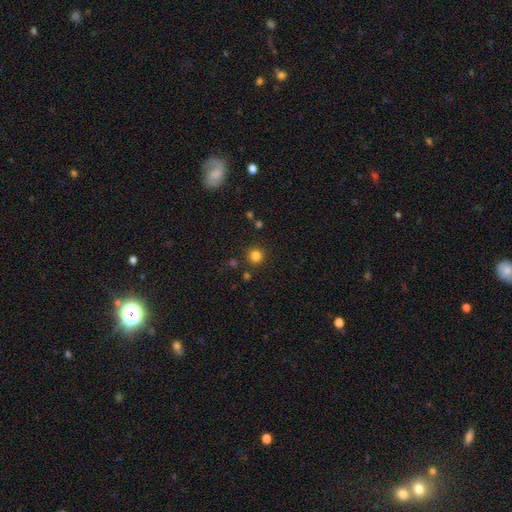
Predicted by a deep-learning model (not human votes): Overall: smooth (82%). How rounded: round (93%). Merging: none (87%).